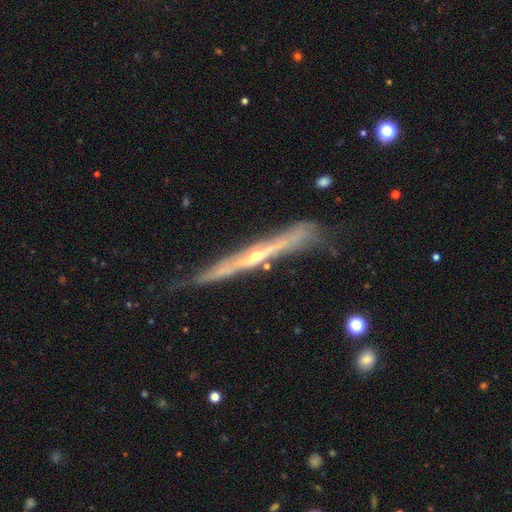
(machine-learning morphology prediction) Smooth or featured: featured or disk — 78% (smooth — 16%)
Edge-on disk: yes — 94% (no — 6%)
Edge-on bulge: rounded — 66% (none — 31%)
Merging: none — 67% (minor disturbance — 24%)